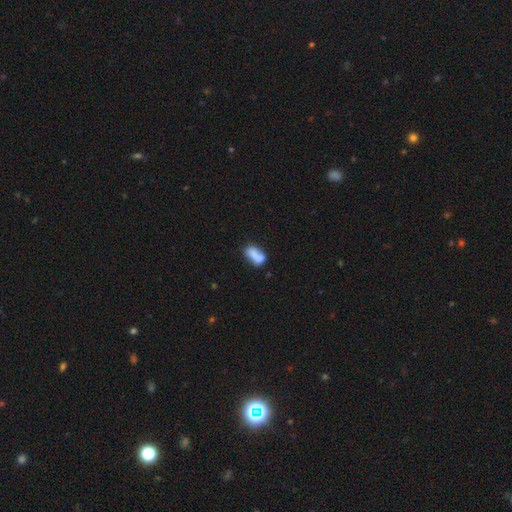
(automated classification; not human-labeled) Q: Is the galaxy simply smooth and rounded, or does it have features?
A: smooth — 76%.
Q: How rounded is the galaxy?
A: in between — 85%.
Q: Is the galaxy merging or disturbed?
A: none — 46%.